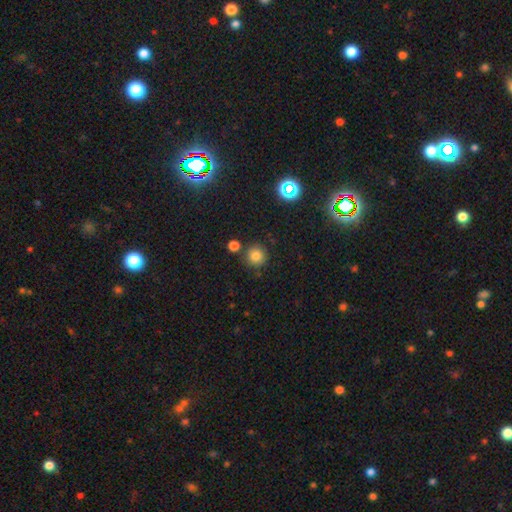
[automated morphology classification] type=smooth (79%); roundness=round (94%); merging=none (82%).